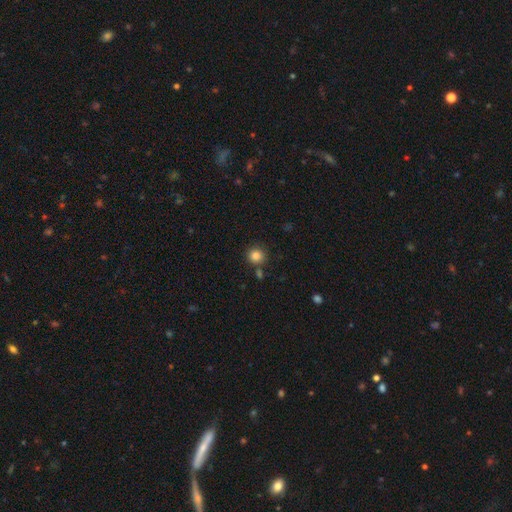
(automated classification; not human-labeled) smooth 85%, star or artifact 11%, featured or disk 5%. Down the decision tree: how rounded — round (92%); merging — none (81%).